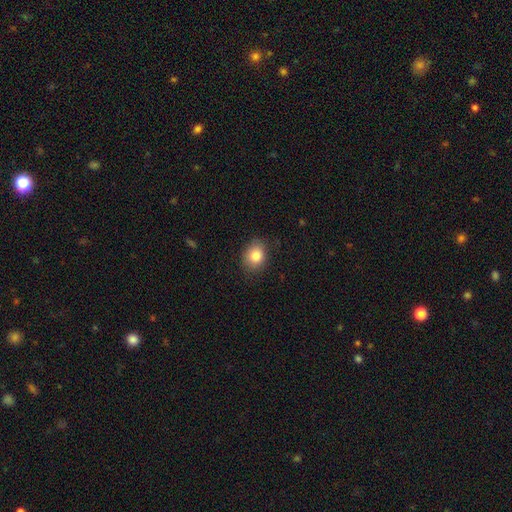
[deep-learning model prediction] smooth 83%, star or artifact 9%, featured or disk 8%. Down the decision tree: how rounded — in between (51%); merging — none (83%).